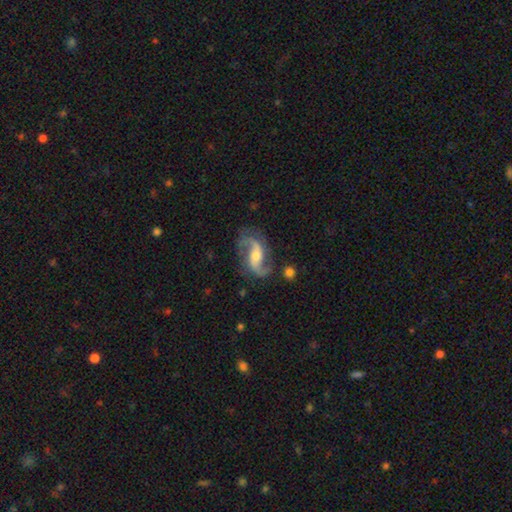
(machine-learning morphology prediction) featured or disk 89%, smooth 6%, star or artifact 5%. Down the decision tree: edge-on disk — no (97%); bar — weak (39%); spiral arms — yes (97%); spiral arm count — 2 (92%); spiral winding — loose (55%); bulge size — moderate (55%); merging — none (72%).